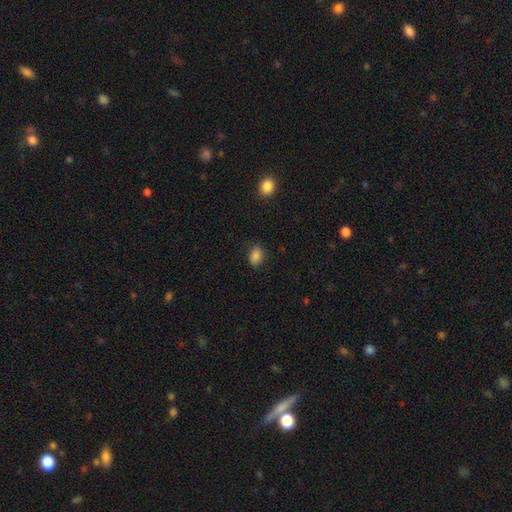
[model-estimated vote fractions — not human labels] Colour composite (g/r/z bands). It shows a smooth galaxy with no disk features (85%) that is in between round and cigar-shaped (80%). Merging: none (75%).